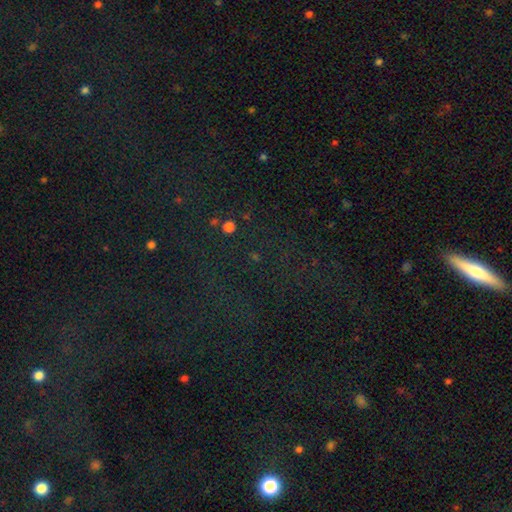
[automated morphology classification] type=star or artifact (75%).